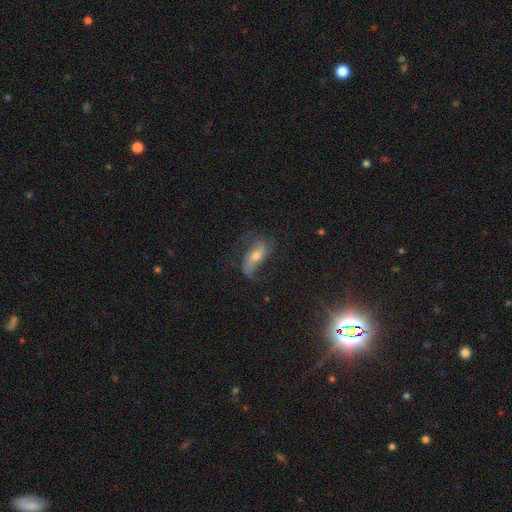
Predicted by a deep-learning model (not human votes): smooth-or-featured: featured or disk: 66% | smooth: 23% | star or artifact: 12%
  disk-edge-on: no: 86% | yes: 14%
    bar: no: 41% | weak: 32% | strong: 28%
    has-spiral-arms: yes: 87% | no: 13%
    bulge-size: moderate: 54% | small: 38% | large: 5% | none: 2% | dominant: 1%
  merging: none: 60% | minor disturbance: 21% | major disturbance: 17% | merger: 2%